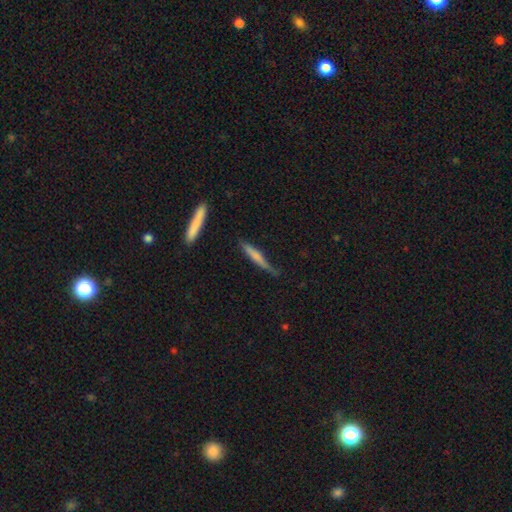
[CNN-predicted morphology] Smooth or featured?
  - smooth: 60% *
  - featured or disk: 34%
  - star or artifact: 6%
How rounded?
  - cigar-shaped: 93% *
  - in between: 5%
  - round: 2%
Merging?
  - none: 61% *
  - minor disturbance: 29%
  - major disturbance: 7%
  - merger: 4%